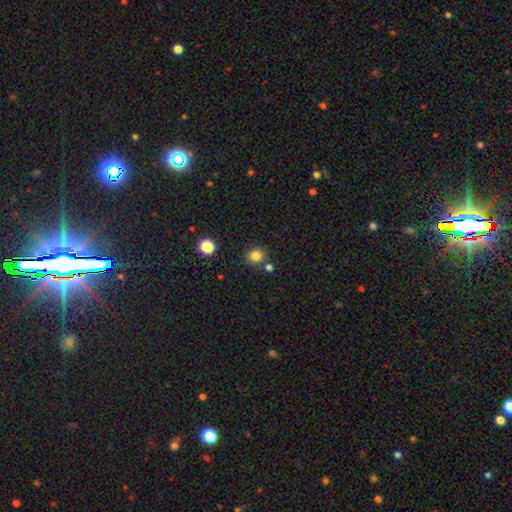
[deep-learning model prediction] A smooth galaxy with no disk features (82%) that is round (83%).

Vote fractions:
- Smooth or featured? smooth: 82% / star or artifact: 13% / featured or disk: 5%
- How rounded? round: 83% / in between: 16% / cigar-shaped: 1%
- Merging? none: 76% / merger: 11% / minor disturbance: 10% / major disturbance: 3%